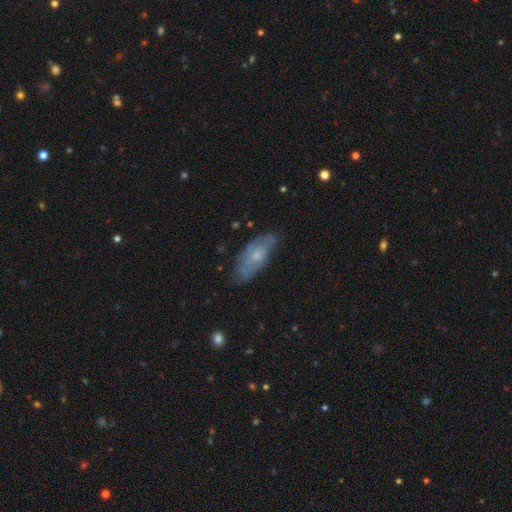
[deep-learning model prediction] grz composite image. It shows a featured or disk galaxy (50%). Merging: none (64%).